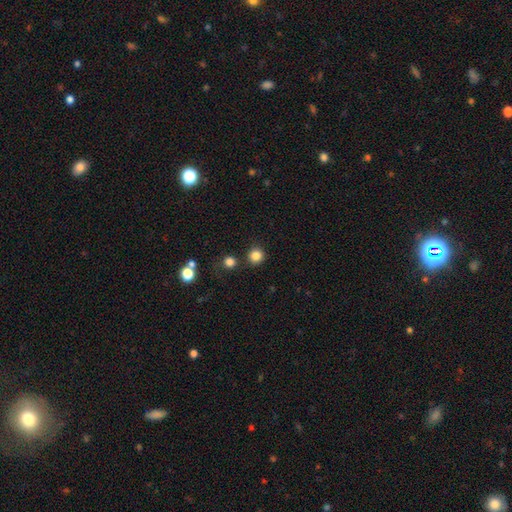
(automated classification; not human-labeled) Smooth or featured?
  - smooth: 83% *
  - star or artifact: 13%
  - featured or disk: 4%
How rounded?
  - round: 93% *
  - in between: 6%
  - cigar-shaped: 1%
Merging?
  - none: 85% *
  - minor disturbance: 7%
  - merger: 5%
  - major disturbance: 3%